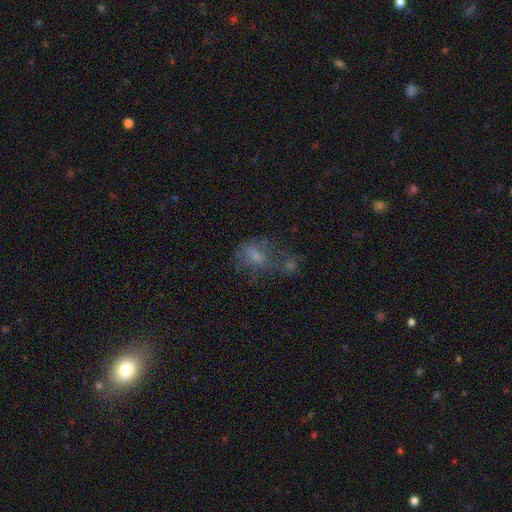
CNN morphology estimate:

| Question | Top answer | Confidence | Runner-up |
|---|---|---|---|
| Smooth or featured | smooth | 49% | featured or disk (33%) |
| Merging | none | 28% | tied: major disturbance (28%) |